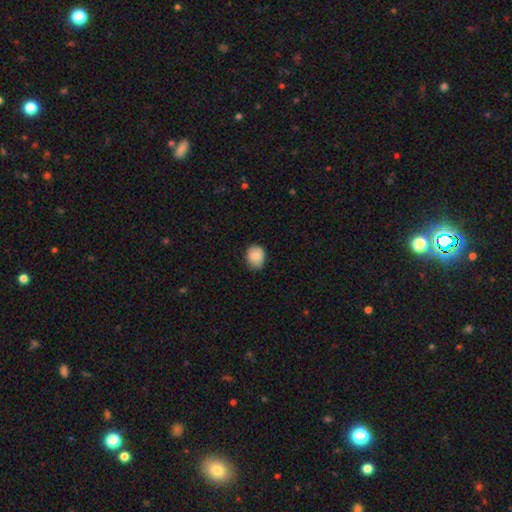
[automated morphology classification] Smooth or featured? smooth (85%)
How rounded? round (58%)
Merging? none (75%)